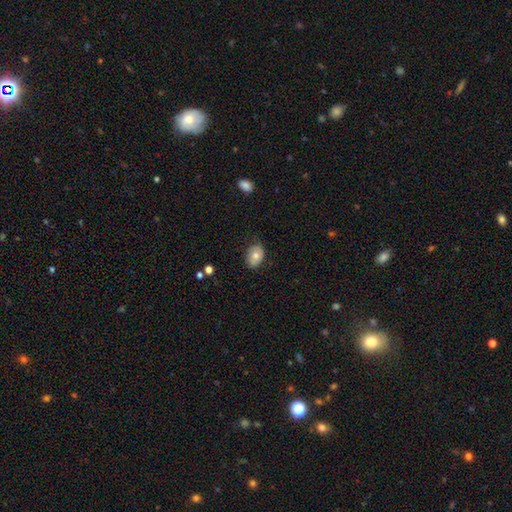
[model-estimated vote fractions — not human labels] This appears to be a smooth galaxy with no disk features (74%) that is in between round and cigar-shaped (80%). Merging: none (77%).